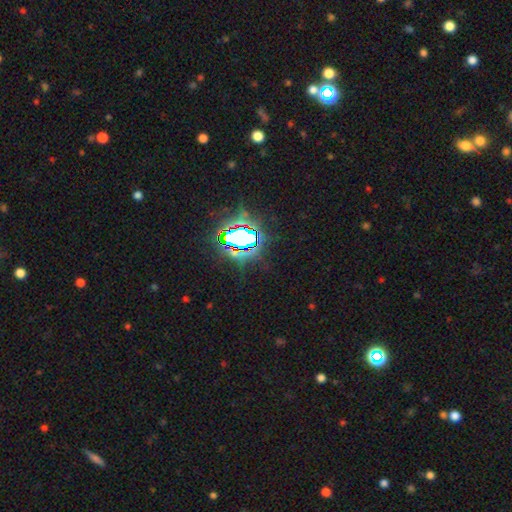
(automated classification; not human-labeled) The model was most divided on "smooth or featured": star or artifact: 85%, smooth: 9%, featured or disk: 6%.